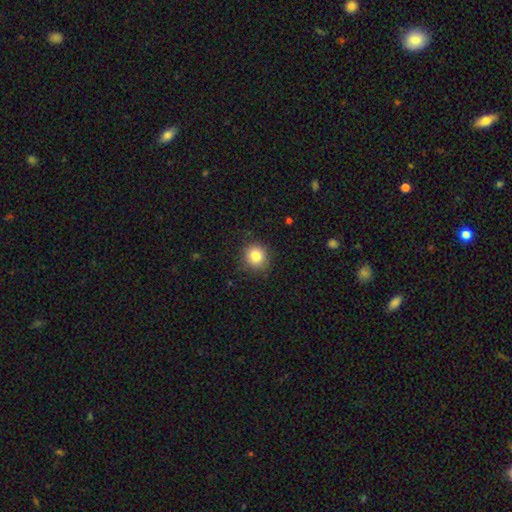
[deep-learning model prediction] smooth-or-featured: smooth: 83% | star or artifact: 10% | featured or disk: 6%
  how-rounded: round: 86% | in between: 13% | cigar-shaped: 1%
  merging: none: 85% | minor disturbance: 11% | major disturbance: 3% | merger: 1%